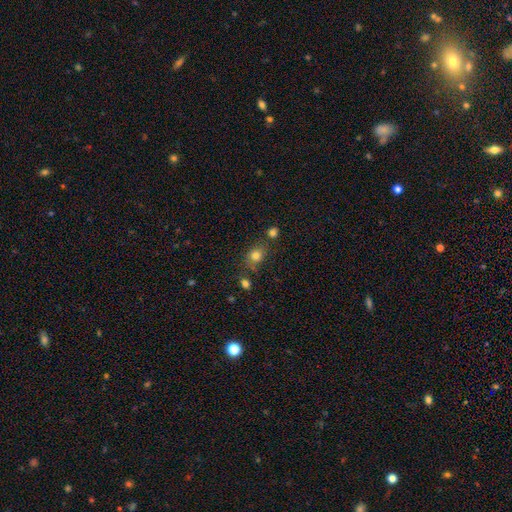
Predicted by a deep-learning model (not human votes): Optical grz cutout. It shows a smooth galaxy with no disk features (78%) that is round (60%). Merging: none (67%).